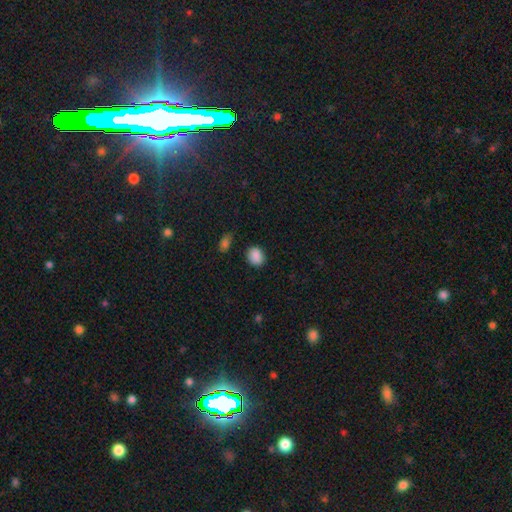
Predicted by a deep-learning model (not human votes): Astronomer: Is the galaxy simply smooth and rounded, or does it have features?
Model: smooth — 88%.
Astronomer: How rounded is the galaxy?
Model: round — 59% (runner-up: in between, 40%).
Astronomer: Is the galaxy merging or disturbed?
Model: none — 84%.